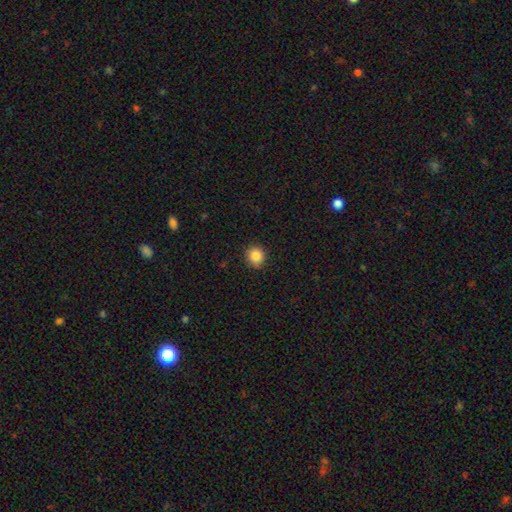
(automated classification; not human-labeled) Smooth or featured?
  - smooth: 86% *
  - star or artifact: 10%
  - featured or disk: 4%
How rounded?
  - round: 90% *
  - in between: 9%
  - cigar-shaped: 1%
Merging?
  - none: 88% *
  - minor disturbance: 8%
  - major disturbance: 2%
  - merger: 1%